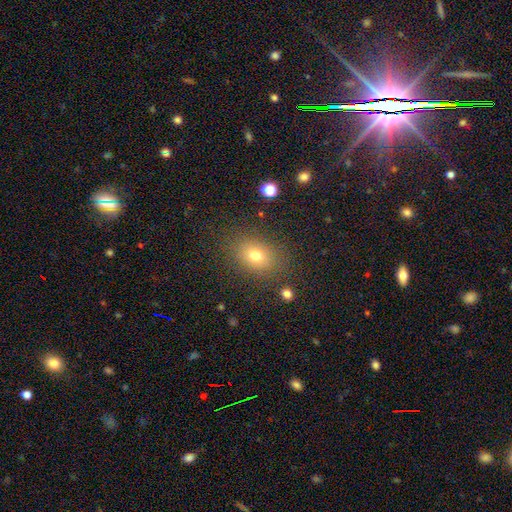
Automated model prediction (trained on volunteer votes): The model was most divided on "how rounded": in between: 65%, round: 34%, cigar-shaped: 1%. More confident: merging — none (82%); smooth or featured — smooth (74%).